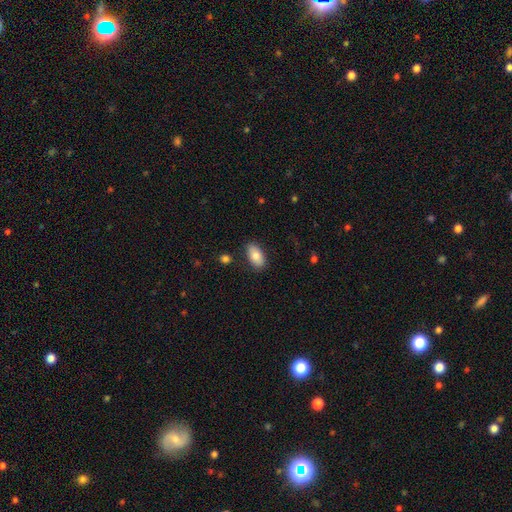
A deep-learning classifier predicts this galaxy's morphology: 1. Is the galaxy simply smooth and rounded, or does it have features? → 81% smooth, 13% featured or disk, 7% star or artifact.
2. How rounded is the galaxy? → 93% in between, 4% round, 3% cigar-shaped.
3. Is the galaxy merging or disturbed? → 84% none, 11% minor disturbance, 3% major disturbance, 2% merger.